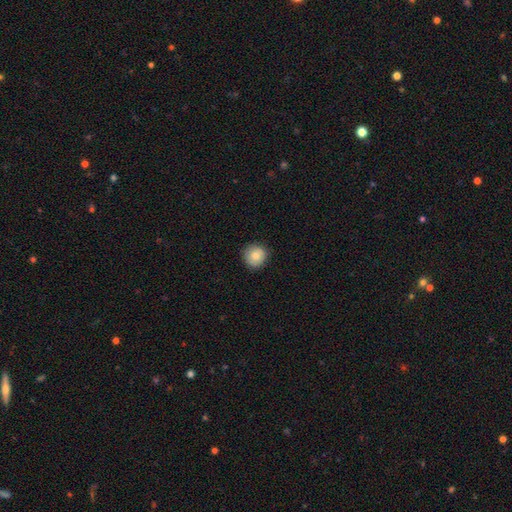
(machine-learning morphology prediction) Q: Smooth or featured?
A: smooth (81%); runner-up: featured or disk (11%)
Q: How rounded?
A: round (93%); runner-up: in between (6%)
Q: Merging?
A: none (87%); runner-up: minor disturbance (10%)